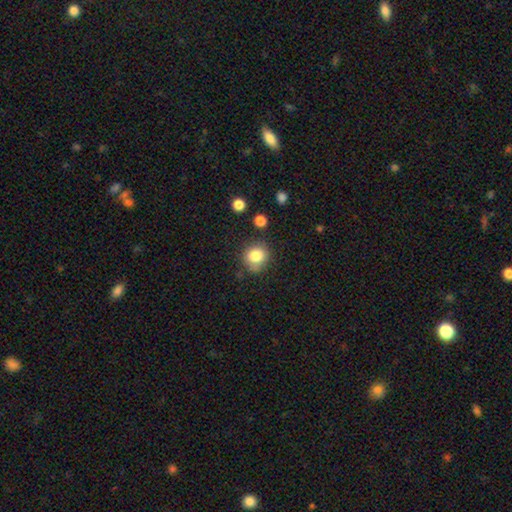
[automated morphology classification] Overall: smooth (81%). How rounded: round (79%). Merging: none (74%).